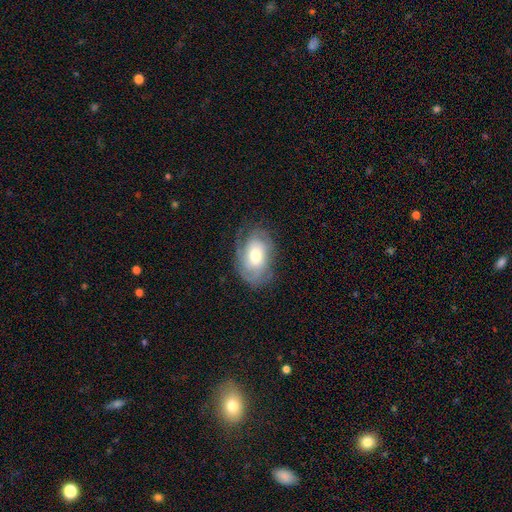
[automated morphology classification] Q: Smooth or featured?
A: featured or disk (59%); runner-up: smooth (34%)
Q: Edge-on disk?
A: no (94%); runner-up: yes (6%)
Q: Bar?
A: no (73%); runner-up: weak (22%)
Q: Spiral arms?
A: yes (79%); runner-up: no (21%)
Q: Bulge size?
A: moderate (68%); runner-up: small (15%)
Q: Merging?
A: none (68%); runner-up: minor disturbance (21%)